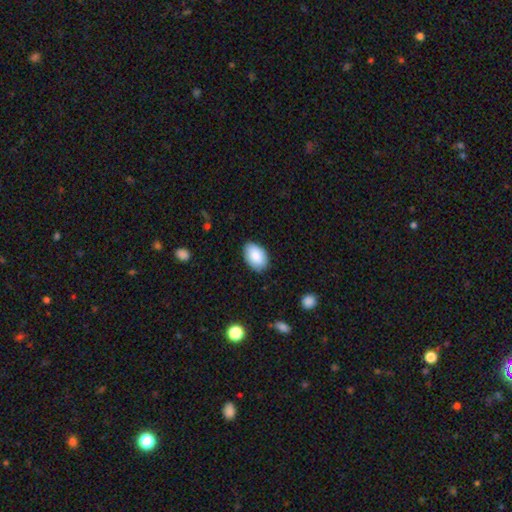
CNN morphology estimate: A smooth galaxy with no disk features (88%) that is in between round and cigar-shaped (91%). Merging: none (84%).